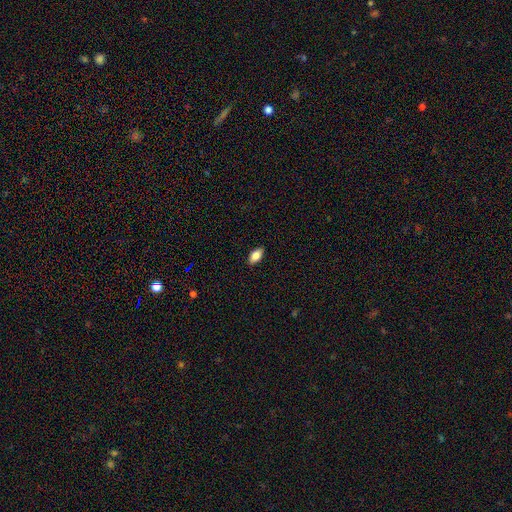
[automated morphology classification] Smooth or featured: smooth — 82% (featured or disk — 11%)
How rounded: in between — 91% (cigar-shaped — 6%)
Merging: none — 89% (minor disturbance — 9%)